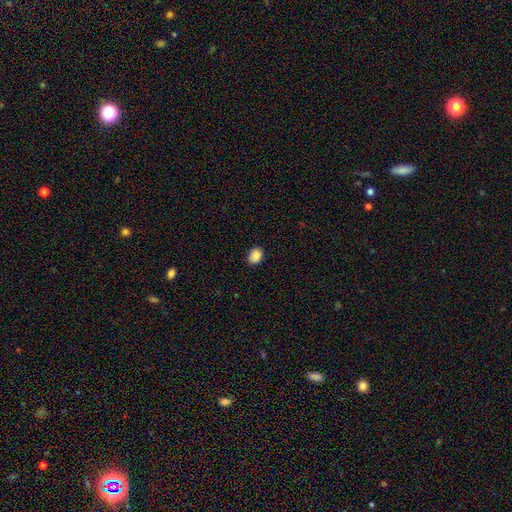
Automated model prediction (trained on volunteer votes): Morphology: type=smooth (88%); roundness=in between (58%); merging=none (87%).